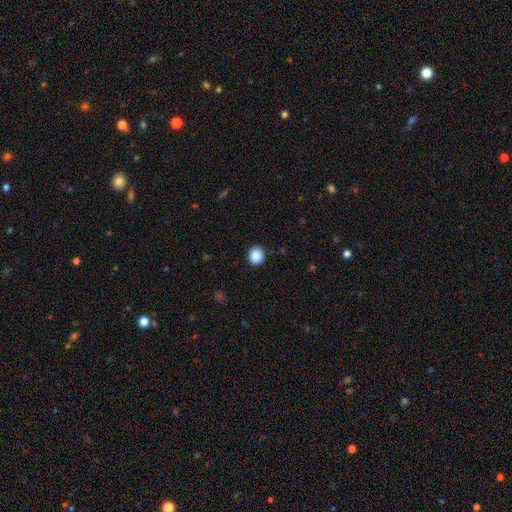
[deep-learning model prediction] A smooth galaxy with no disk features (87%) that is round (90%).

Vote fractions:
- Smooth or featured? smooth: 87% / star or artifact: 9% / featured or disk: 3%
- How rounded? round: 90% / in between: 9% / cigar-shaped: 1%
- Merging? none: 92% / minor disturbance: 5% / major disturbance: 2% / merger: 1%